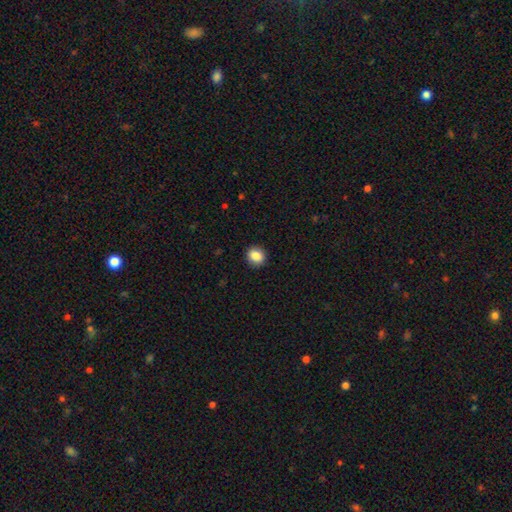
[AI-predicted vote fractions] Smooth or featured?
  - smooth: 87% *
  - star or artifact: 9%
  - featured or disk: 4%
How rounded?
  - round: 75% *
  - in between: 24%
  - cigar-shaped: 1%
Merging?
  - none: 91% *
  - minor disturbance: 6%
  - major disturbance: 2%
  - merger: 1%